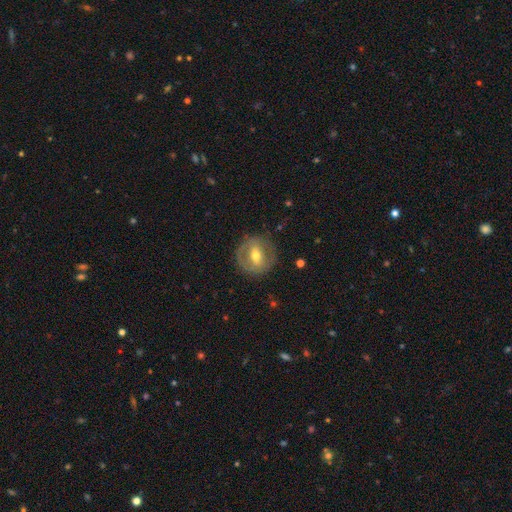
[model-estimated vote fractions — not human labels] Smooth or featured? Predicted: featured or disk (p=0.57). Edge-on disk? Predicted: no (p=0.92). Bar? Predicted: weak (p=0.42). Spiral arms? Predicted: no (p=0.64). Bulge size? Predicted: moderate (p=0.71). Merging? Predicted: none (p=0.81).